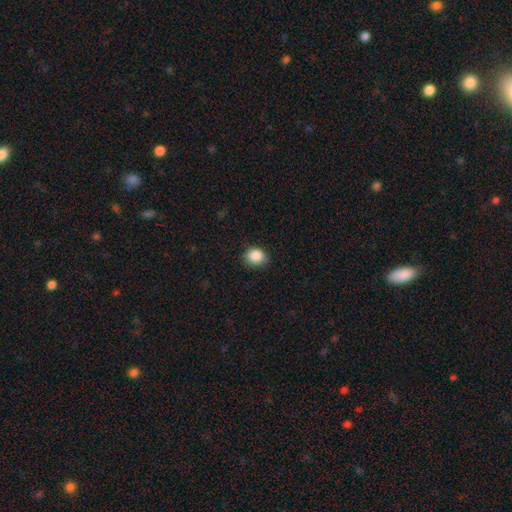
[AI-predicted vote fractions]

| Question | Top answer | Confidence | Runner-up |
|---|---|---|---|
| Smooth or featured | smooth | 88% | star or artifact (9%) |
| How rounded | round | 58% | in between (41%) |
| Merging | none | 77% | minor disturbance (19%) |